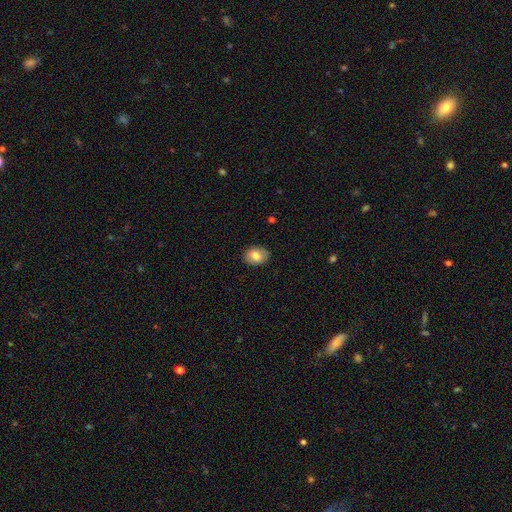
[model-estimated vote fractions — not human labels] A smooth galaxy with no disk features (78%) that is in between round and cigar-shaped (73%). Merging: none (88%).